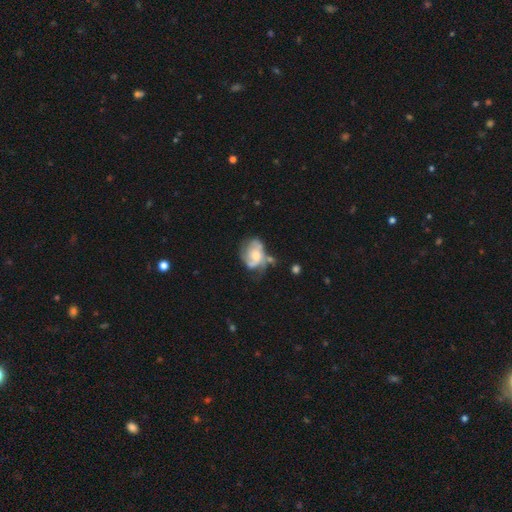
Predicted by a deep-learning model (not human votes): Morphology: type=featured or disk (69%); edge-on=no (97%); bar=no (74%); spiral arms=yes (78%); winding=medium (40%); arm count=2 (36%); bulge=moderate (59%); merging=none (38%).